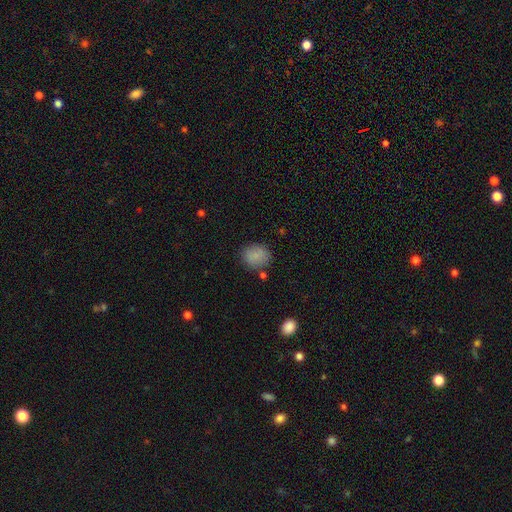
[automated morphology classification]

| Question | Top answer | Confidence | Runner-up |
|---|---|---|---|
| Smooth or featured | smooth | 84% | star or artifact (9%) |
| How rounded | round | 78% | in between (21%) |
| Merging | none | 80% | minor disturbance (12%) |